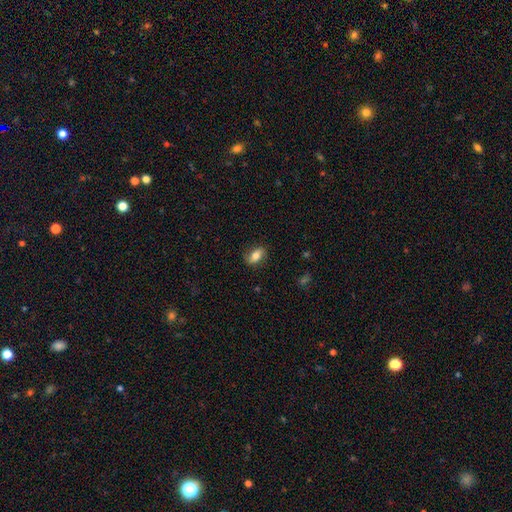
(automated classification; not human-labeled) Overall: smooth (71%). How rounded: in between (85%). Merging: none (80%).